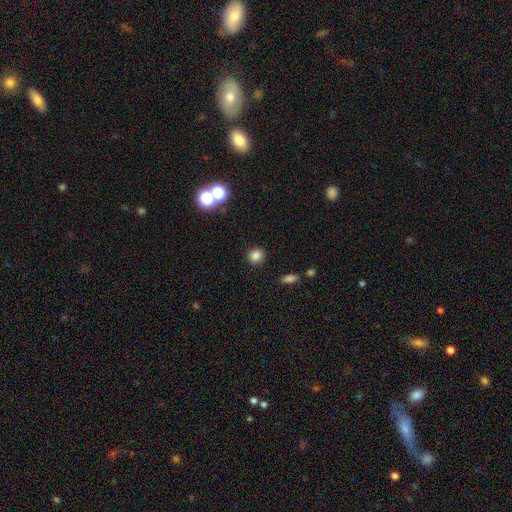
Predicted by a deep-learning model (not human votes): smooth 82%, star or artifact 12%, featured or disk 5%. Down the decision tree: how rounded — round (87%); merging — none (89%).